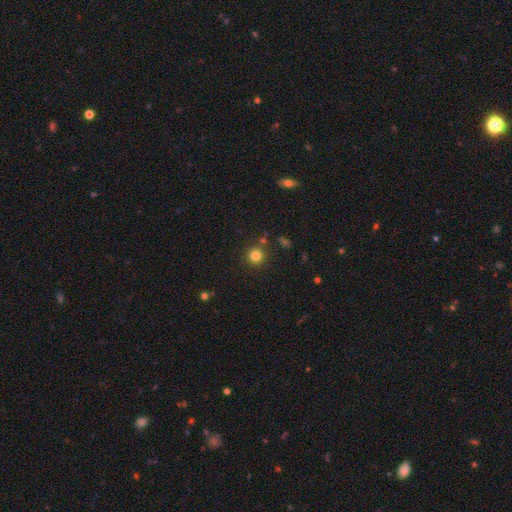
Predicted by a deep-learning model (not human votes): smooth-or-featured: smooth: 81% | star or artifact: 13% | featured or disk: 6%
  how-rounded: round: 94% | in between: 5% | cigar-shaped: 1%
  merging: none: 85% | minor disturbance: 7% | merger: 6% | major disturbance: 2%